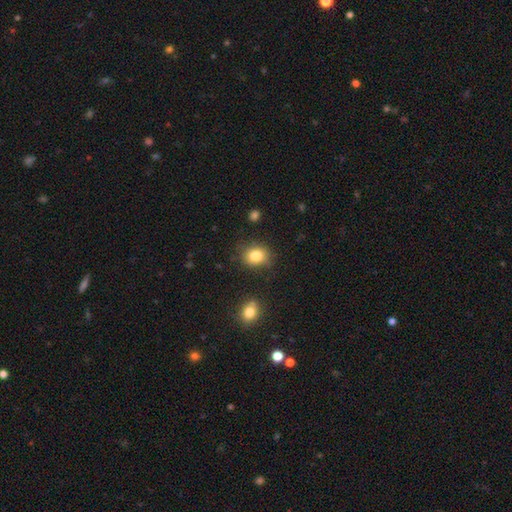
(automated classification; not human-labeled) Smooth or featured?
  - smooth: 83% *
  - star or artifact: 10%
  - featured or disk: 7%
How rounded?
  - round: 56% *
  - in between: 43%
  - cigar-shaped: 1%
Merging?
  - none: 81% *
  - minor disturbance: 13%
  - major disturbance: 3%
  - merger: 3%